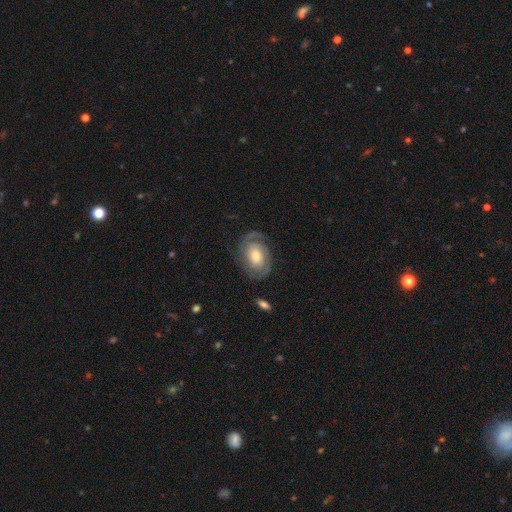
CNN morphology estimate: Smooth or featured? featured or disk (74%)
Edge-on disk? no (97%)
Bar? no (66%)
Spiral arms? yes (90%)
Spiral winding? tight (51%)
Spiral arm count? 2 (73%)
Bulge size? moderate (47%)
Merging? none (74%)